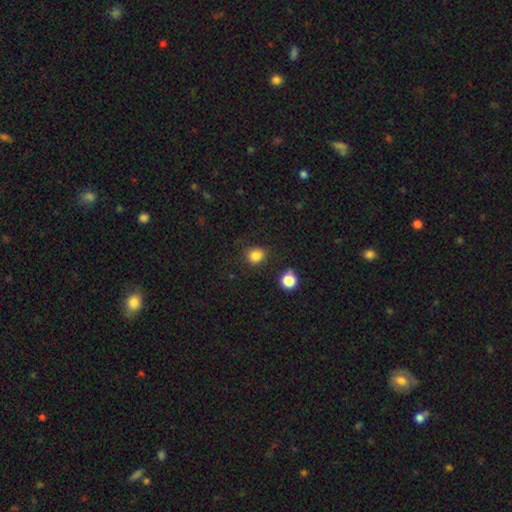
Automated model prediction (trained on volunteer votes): smooth-or-featured: smooth: 84% | star or artifact: 12% | featured or disk: 4%
  how-rounded: round: 77% | in between: 22% | cigar-shaped: 1%
  merging: none: 82% | minor disturbance: 11% | major disturbance: 4% | merger: 3%